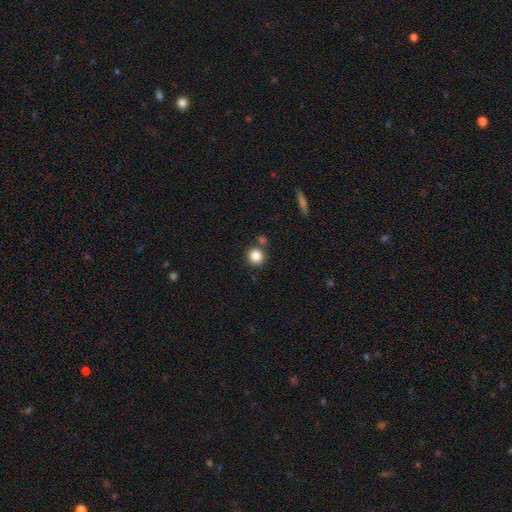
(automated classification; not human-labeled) This is clearly a smooth galaxy (84%). How rounded: clearly round (88%). Merging: likely none (76%).